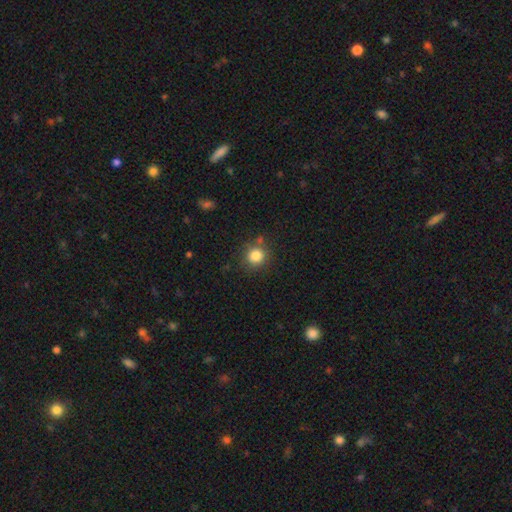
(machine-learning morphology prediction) Smooth or featured? Predicted: smooth (p=0.84). How rounded? Predicted: round (p=0.89). Merging? Predicted: none (p=0.78).